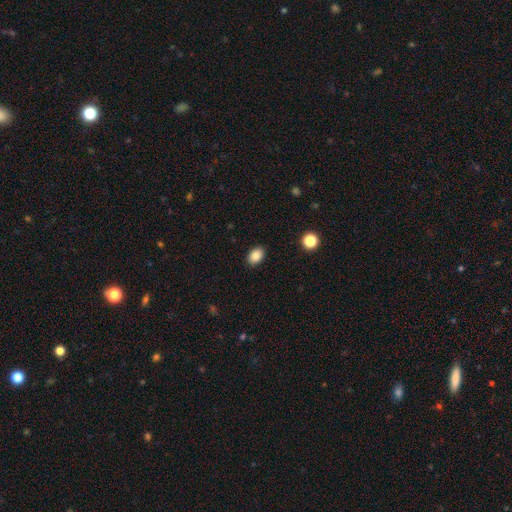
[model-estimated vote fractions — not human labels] A smooth galaxy with no disk features (85%) that is in between round and cigar-shaped (80%). Merging: none (88%).